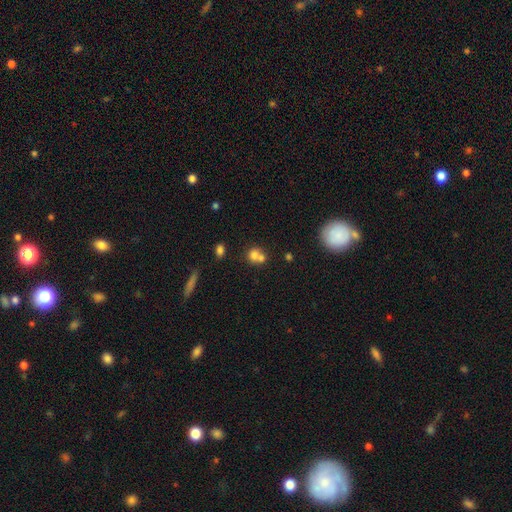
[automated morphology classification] This is likely a smooth galaxy (70%). How rounded: likely round (72%). Merging: possibly merger (58%).